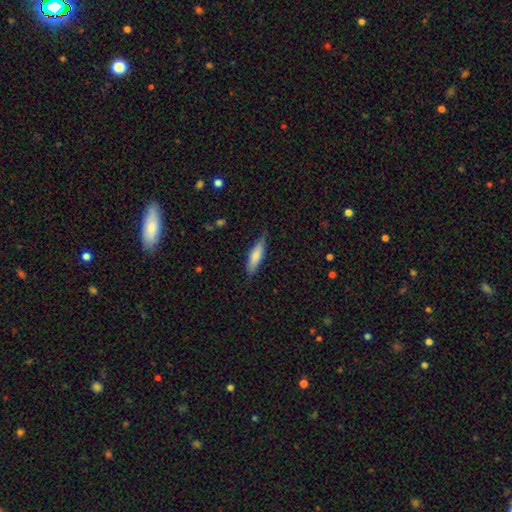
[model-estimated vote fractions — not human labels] Smooth or featured? Predicted: smooth (p=0.73). How rounded? Predicted: cigar-shaped (p=0.66). Merging? Predicted: none (p=0.75).